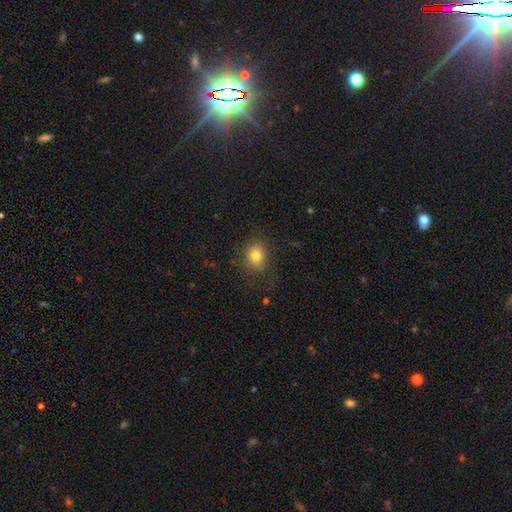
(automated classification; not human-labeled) smooth_or_featured: smooth (p=0.80) [alt: star or artifact p=0.12]
how_rounded: round (p=0.62) [alt: in between p=0.37]
merging: none (p=0.80) [alt: minor disturbance p=0.13]